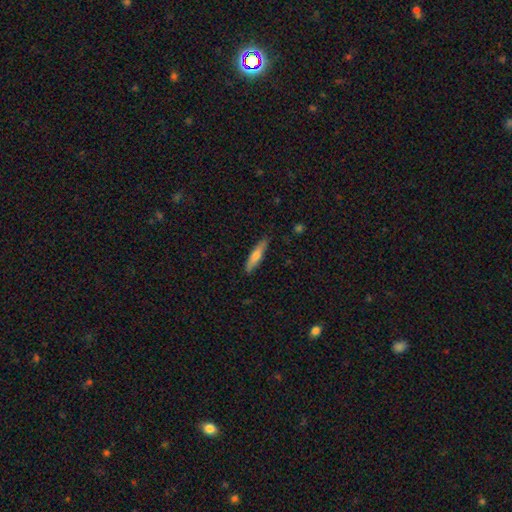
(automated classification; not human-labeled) Overall: smooth (64%; featured or disk 30%). How rounded: cigar-shaped (83%). Merging: none (88%).